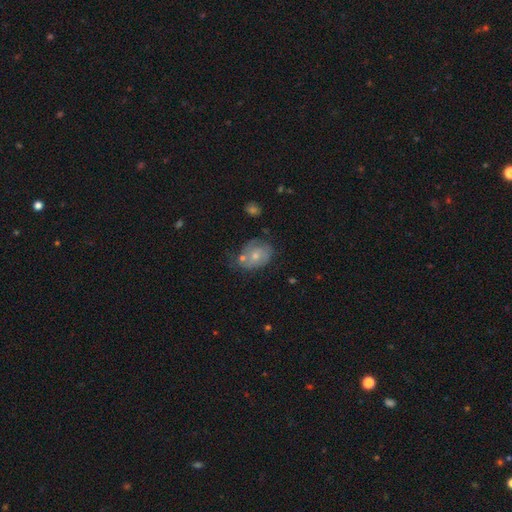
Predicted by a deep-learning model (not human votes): A smooth galaxy with no disk features (50%) that is in between round and cigar-shaped (61%). Merging: none (45%).